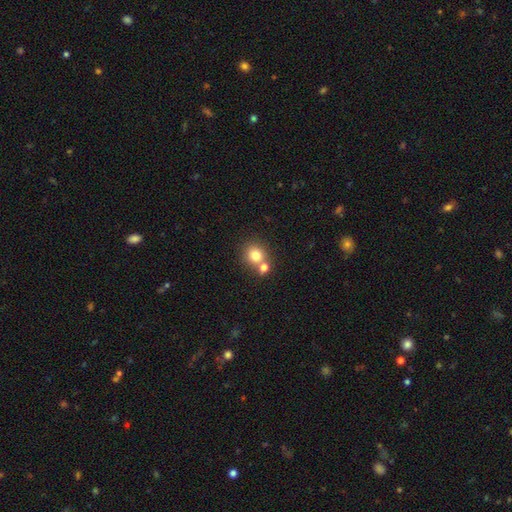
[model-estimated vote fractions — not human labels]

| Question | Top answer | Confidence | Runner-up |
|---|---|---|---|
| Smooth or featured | smooth | 79% | star or artifact (12%) |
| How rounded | round | 87% | in between (12%) |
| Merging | none | 55% | merger (35%) |